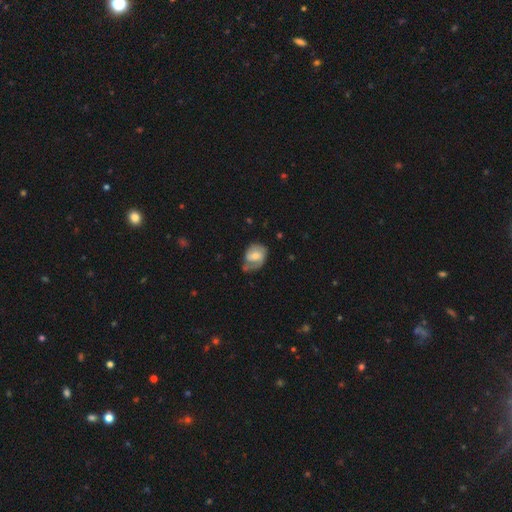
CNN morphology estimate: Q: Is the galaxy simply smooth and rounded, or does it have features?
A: featured or disk — 55%.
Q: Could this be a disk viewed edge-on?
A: no — 97%.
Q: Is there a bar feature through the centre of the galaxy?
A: no — 47%.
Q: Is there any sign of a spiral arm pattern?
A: yes — 80%.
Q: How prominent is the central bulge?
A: moderate — 48%.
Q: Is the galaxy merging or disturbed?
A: none — 44%.